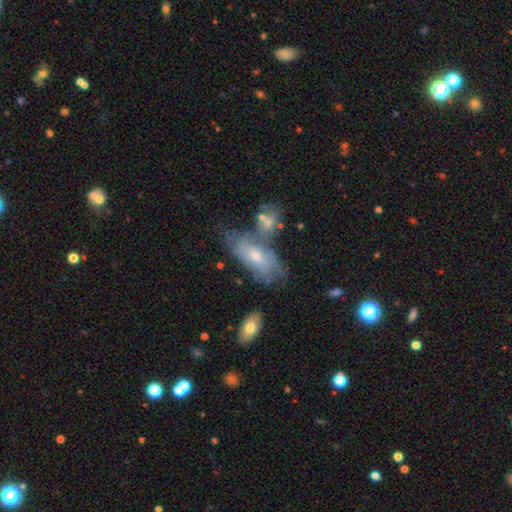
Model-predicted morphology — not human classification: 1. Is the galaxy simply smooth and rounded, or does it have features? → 60% featured or disk, 31% smooth, 9% star or artifact.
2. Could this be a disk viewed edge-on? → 86% no, 14% yes.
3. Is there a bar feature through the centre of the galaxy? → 70% no, 25% weak, 5% strong.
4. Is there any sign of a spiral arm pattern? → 67% yes, 33% no.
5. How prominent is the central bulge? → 49% moderate, 46% small, 2% large, 2% none, 1% dominant.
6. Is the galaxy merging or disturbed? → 45% none, 22% minor disturbance, 22% merger, 11% major disturbance.